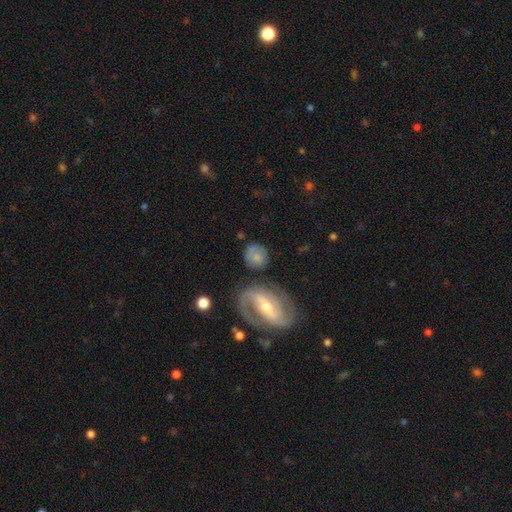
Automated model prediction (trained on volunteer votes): Smooth or featured: smooth — 60% (featured or disk — 31%)
How rounded: round — 81% (in between — 17%)
Merging: none — 68% (minor disturbance — 16%)